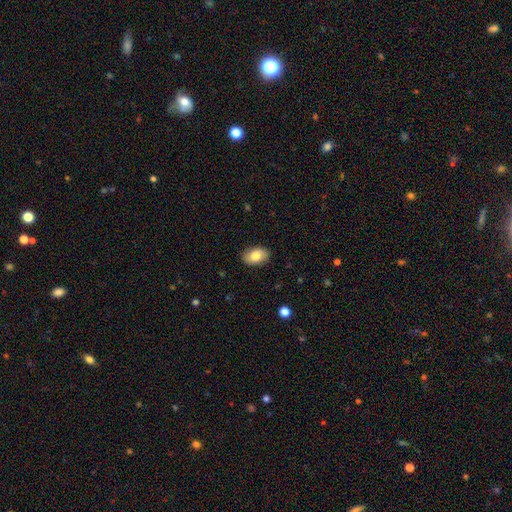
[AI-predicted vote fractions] Smooth or featured: smooth — 81% (featured or disk — 12%)
How rounded: in between — 88% (round — 11%)
Merging: none — 87% (minor disturbance — 10%)